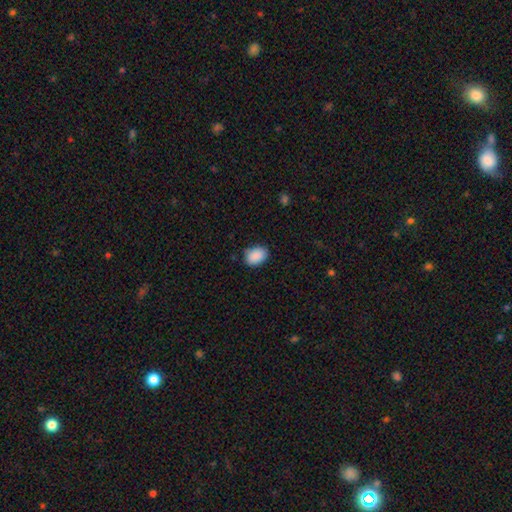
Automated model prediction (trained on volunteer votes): The model was most divided on "how rounded": in between: 80%, round: 19%, cigar-shaped: 1%. More confident: smooth or featured — smooth (90%); merging — none (82%).